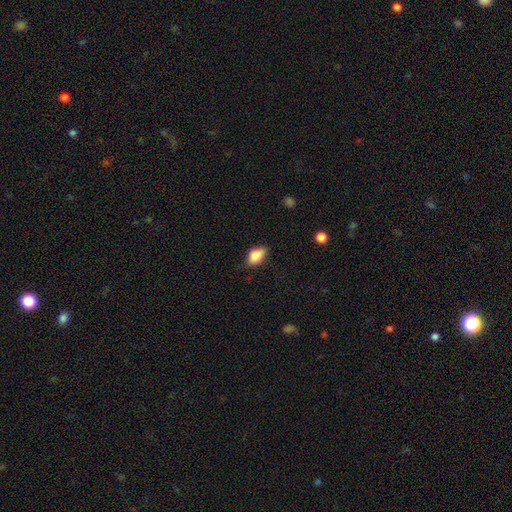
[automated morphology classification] This appears to be a smooth galaxy with no disk features (84%) that is in between round and cigar-shaped (89%). Merging: none (66%).